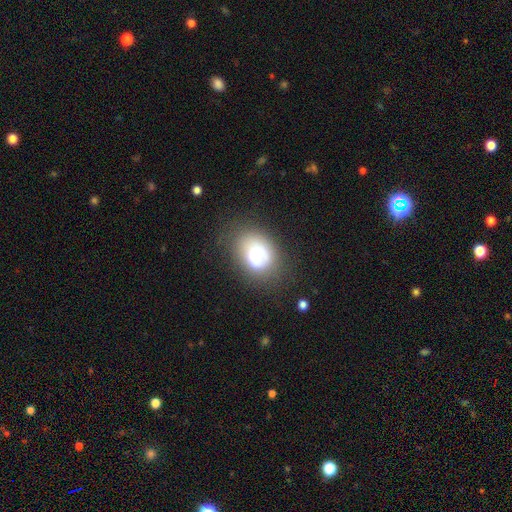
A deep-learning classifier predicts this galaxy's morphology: smooth_or_featured: smooth (p=0.64) [alt: featured or disk p=0.23]
how_rounded: in between (p=0.55) [alt: round p=0.44]
merging: none (p=0.60) [alt: minor disturbance p=0.22]